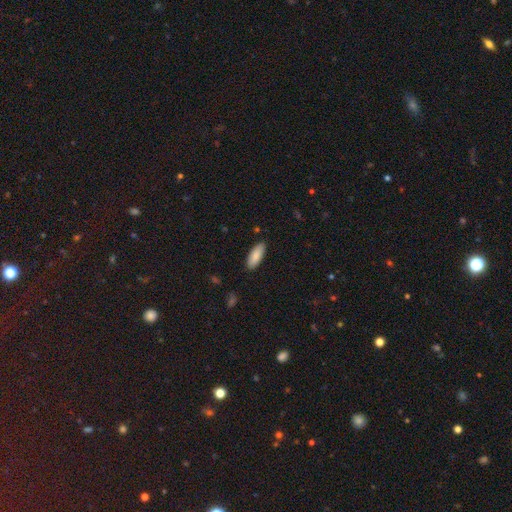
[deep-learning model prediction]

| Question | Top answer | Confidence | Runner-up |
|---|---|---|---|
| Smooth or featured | smooth | 86% | featured or disk (8%) |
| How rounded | in between | 75% | cigar-shaped (23%) |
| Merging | none | 87% | minor disturbance (10%) |